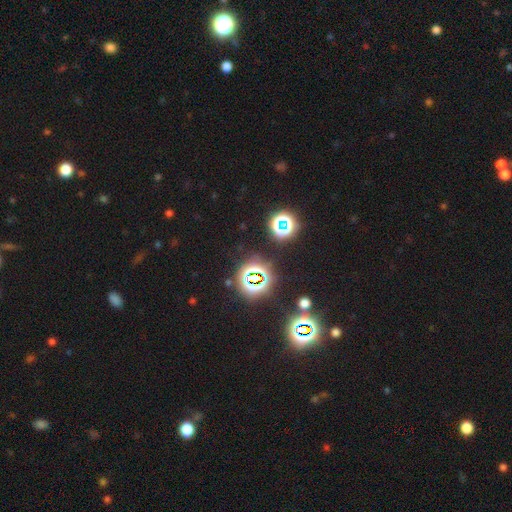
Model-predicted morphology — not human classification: A star or artifact, not a galaxy (79%).